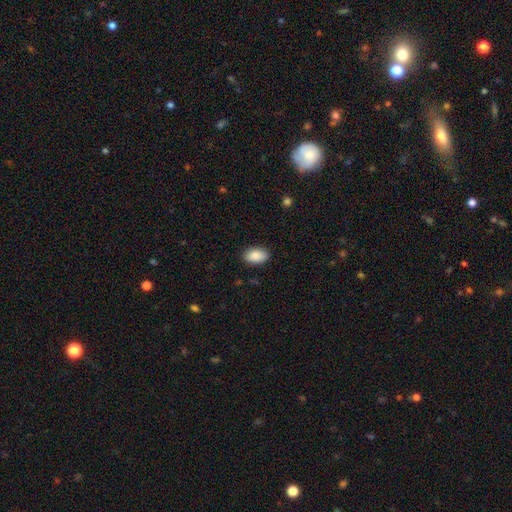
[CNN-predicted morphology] Smooth or featured?
  - smooth: 90% *
  - star or artifact: 7%
  - featured or disk: 4%
How rounded?
  - in between: 92% *
  - round: 6%
  - cigar-shaped: 1%
Merging?
  - none: 88% *
  - minor disturbance: 9%
  - major disturbance: 2%
  - merger: 1%